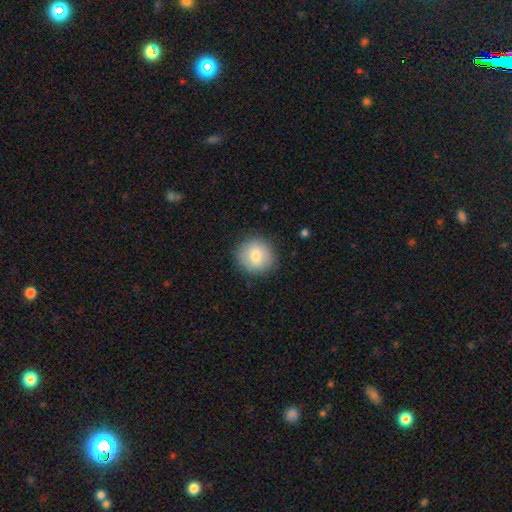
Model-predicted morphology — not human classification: smooth_or_featured: smooth (p=0.79) [alt: featured or disk p=0.13]
how_rounded: round (p=0.90) [alt: in between p=0.09]
merging: none (p=0.87) [alt: minor disturbance p=0.09]